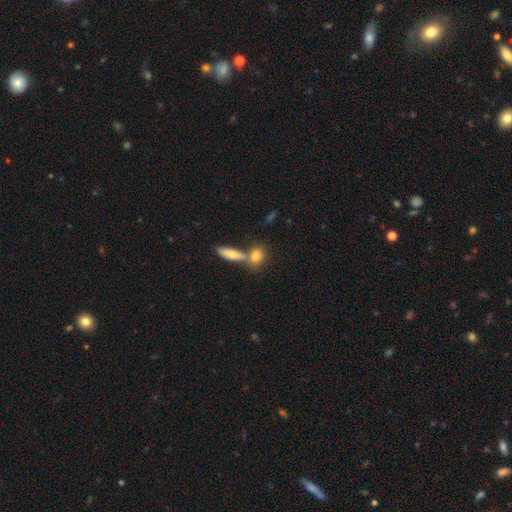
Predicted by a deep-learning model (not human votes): Smooth or featured: smooth — 79% (featured or disk — 13%)
How rounded: in between — 51% (round — 36%)
Merging: none — 49% (merger — 37%)